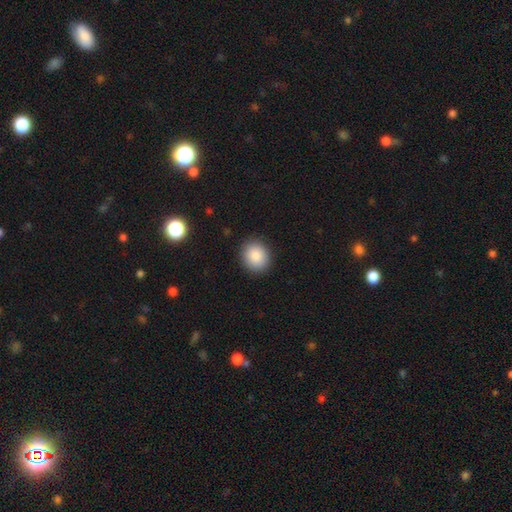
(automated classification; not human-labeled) Smooth or featured? Predicted: smooth (p=0.87). How rounded? Predicted: round (p=0.75). Merging? Predicted: none (p=0.90).